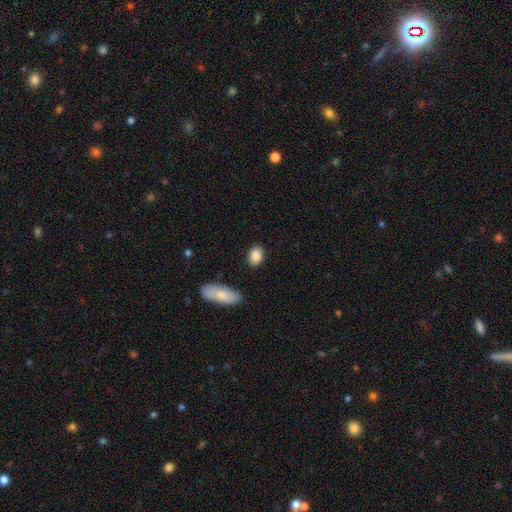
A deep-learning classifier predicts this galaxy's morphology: This is clearly a smooth galaxy (87%). How rounded: likely in between (76%). Merging: clearly none (86%).